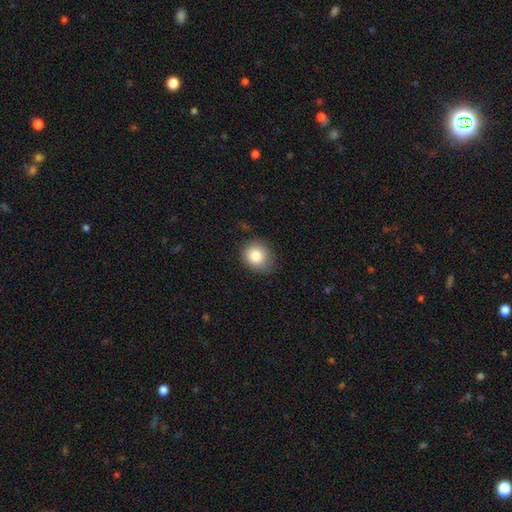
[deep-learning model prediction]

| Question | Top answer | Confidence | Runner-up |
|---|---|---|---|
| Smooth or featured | smooth | 82% | star or artifact (9%) |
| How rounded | round | 74% | in between (25%) |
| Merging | none | 77% | minor disturbance (18%) |